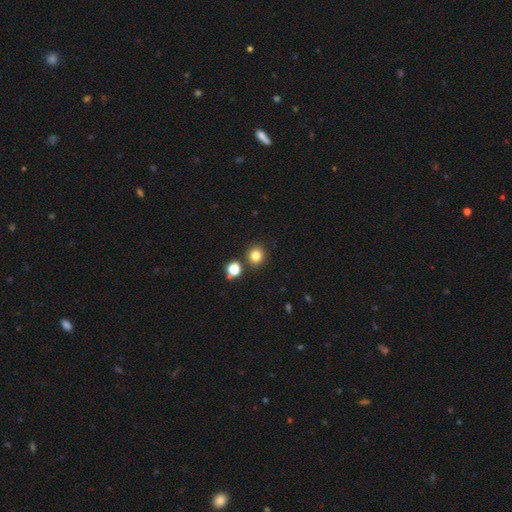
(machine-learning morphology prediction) Q: Smooth or featured?
A: smooth (81%); runner-up: star or artifact (14%)
Q: How rounded?
A: round (89%); runner-up: in between (10%)
Q: Merging?
A: none (83%); runner-up: merger (8%)